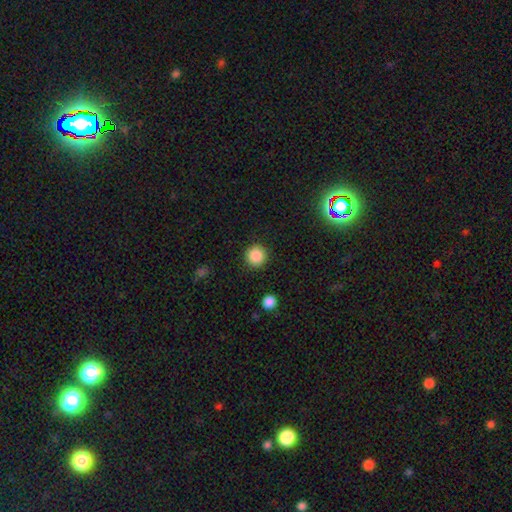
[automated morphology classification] Smooth or featured?
  - smooth: 87% *
  - star or artifact: 10%
  - featured or disk: 4%
How rounded?
  - round: 95% *
  - in between: 4%
  - cigar-shaped: 1%
Merging?
  - none: 91% *
  - minor disturbance: 5%
  - major disturbance: 2%
  - merger: 1%